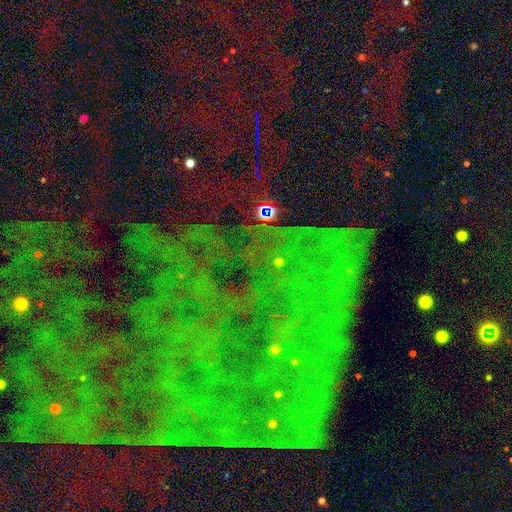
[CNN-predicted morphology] Smooth or featured: star or artifact — 80% (featured or disk — 11%)